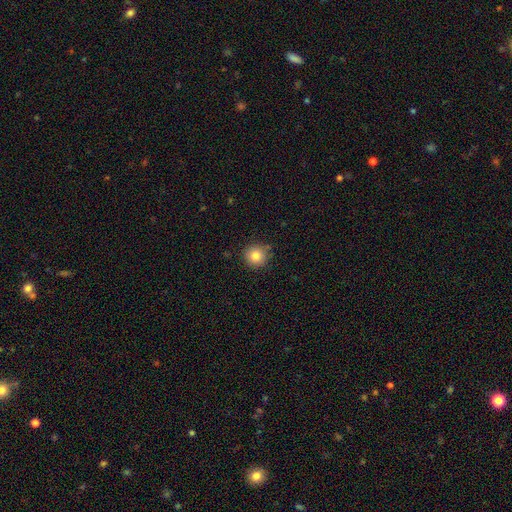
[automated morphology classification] Smooth or featured?
  - smooth: 82% *
  - star or artifact: 11%
  - featured or disk: 7%
How rounded?
  - round: 94% *
  - in between: 5%
  - cigar-shaped: 1%
Merging?
  - none: 85% *
  - minor disturbance: 11%
  - major disturbance: 2%
  - merger: 2%